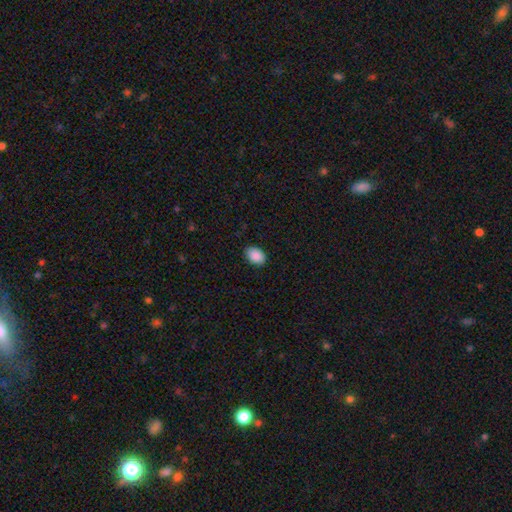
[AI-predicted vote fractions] The model was most divided on "how rounded": in between: 80%, round: 19%, cigar-shaped: 1%. More confident: smooth or featured — smooth (90%); merging — none (87%).